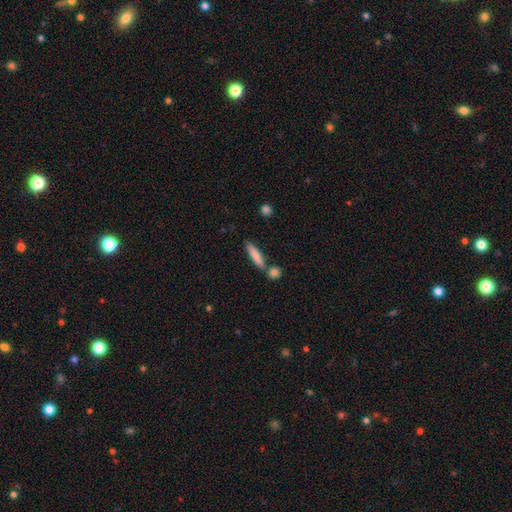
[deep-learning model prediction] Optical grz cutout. It shows a smooth galaxy with no disk features (80%) that is cigar-shaped (81%). Merging: none (72%).